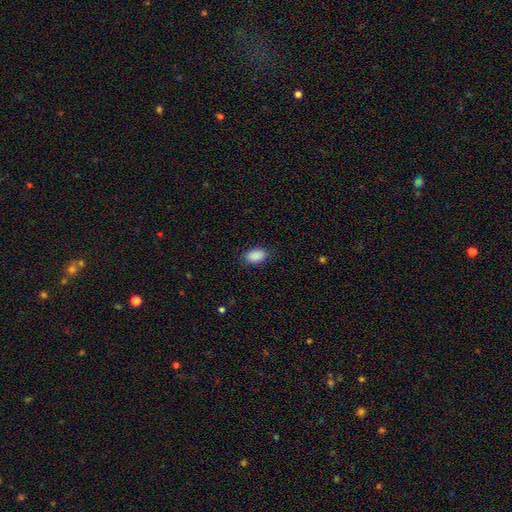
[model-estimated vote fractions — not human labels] Q: Smooth or featured?
A: smooth (90%); runner-up: star or artifact (7%)
Q: How rounded?
A: in between (90%); runner-up: round (9%)
Q: Merging?
A: none (81%); runner-up: minor disturbance (14%)